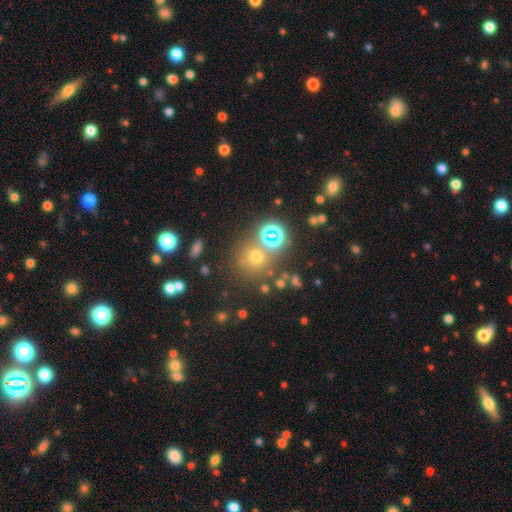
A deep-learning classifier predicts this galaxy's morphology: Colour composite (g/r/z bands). It shows a smooth galaxy with no disk features (55%) that is round (90%). Merging: none (73%).